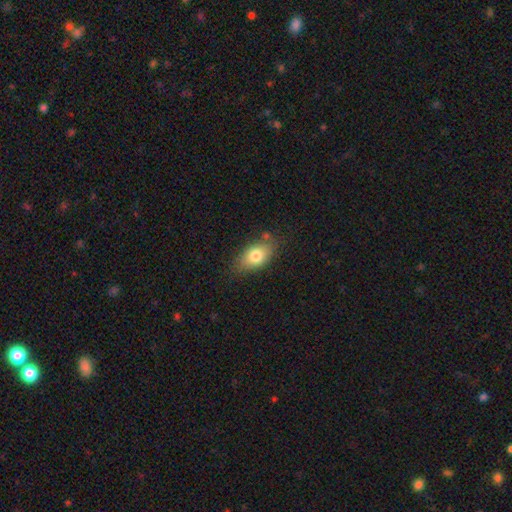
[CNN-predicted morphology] This appears to be a smooth galaxy with no disk features (78%) that is in between round and cigar-shaped (88%). Merging: none (74%).